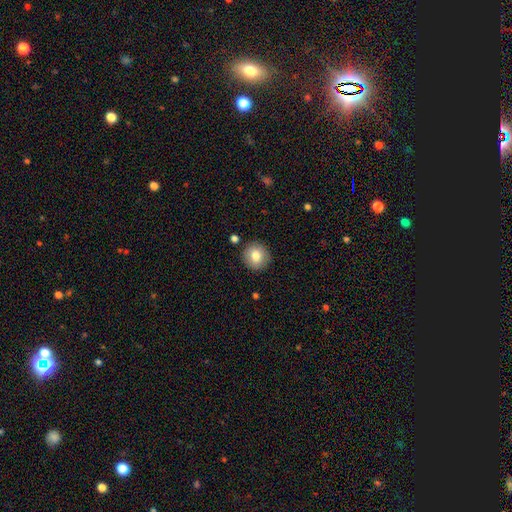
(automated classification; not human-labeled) Smooth or featured? smooth (80%)
How rounded? round (91%)
Merging? none (89%)